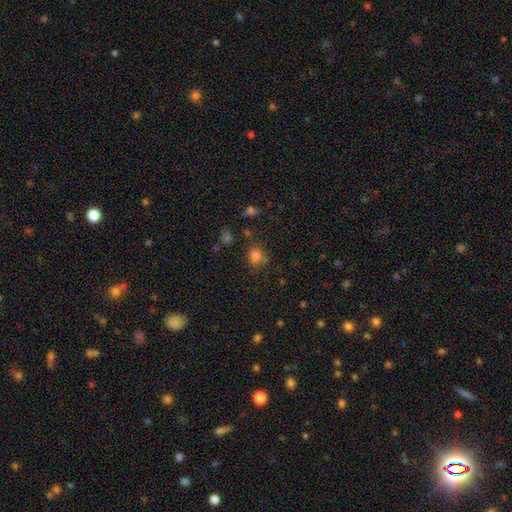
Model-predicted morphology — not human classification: Smooth or featured?
  - smooth: 78% *
  - star or artifact: 16%
  - featured or disk: 7%
How rounded?
  - round: 65% *
  - in between: 34%
  - cigar-shaped: 1%
Merging?
  - none: 65% *
  - minor disturbance: 19%
  - merger: 9%
  - major disturbance: 6%